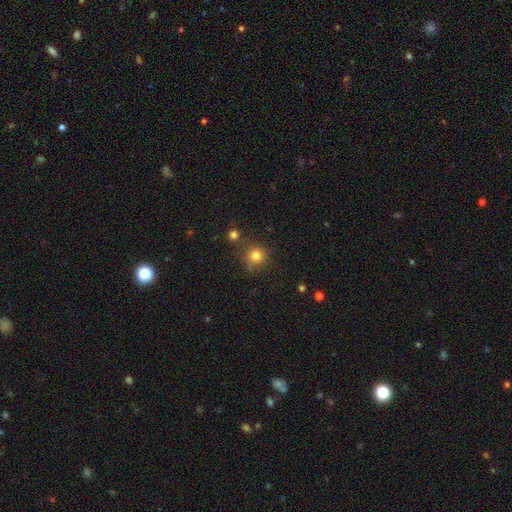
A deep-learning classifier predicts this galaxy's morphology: The model was most divided on "merging": none: 73%, minor disturbance: 14%, merger: 9%, major disturbance: 4%. More confident: how rounded — round (91%); smooth or featured — smooth (80%).